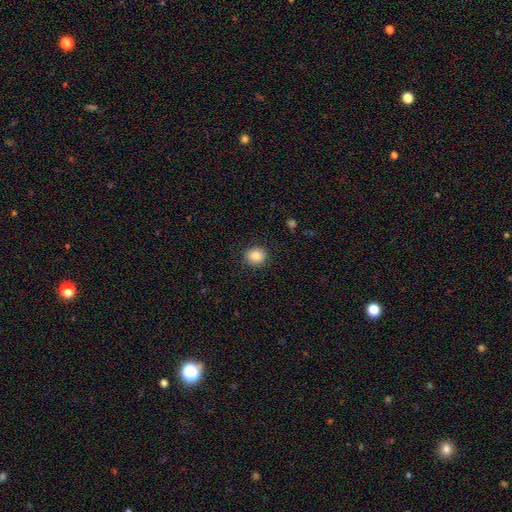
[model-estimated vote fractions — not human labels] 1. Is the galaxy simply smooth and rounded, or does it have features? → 86% smooth, 9% star or artifact, 5% featured or disk.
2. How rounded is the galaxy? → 78% round, 21% in between, 1% cigar-shaped.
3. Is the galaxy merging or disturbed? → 90% none, 7% minor disturbance, 2% major disturbance, 1% merger.